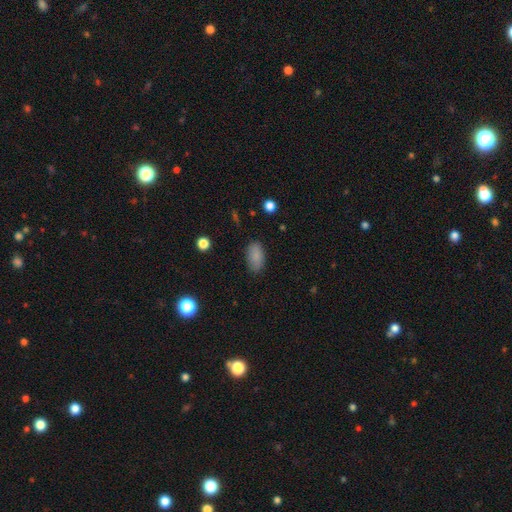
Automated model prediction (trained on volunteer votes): This is clearly a smooth galaxy (87%). How rounded: clearly in between (93%). Merging: clearly none (82%).